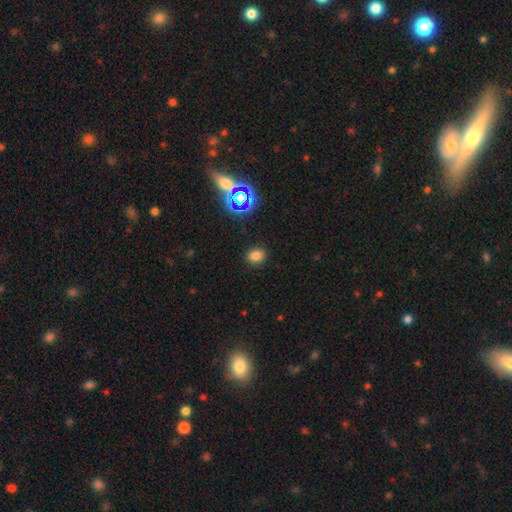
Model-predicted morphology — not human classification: Smooth or featured?
  - smooth: 75% *
  - star or artifact: 19%
  - featured or disk: 6%
How rounded?
  - round: 50% *
  - in between: 49%
  - cigar-shaped: 1%
Merging?
  - none: 87% *
  - minor disturbance: 8%
  - major disturbance: 3%
  - merger: 2%